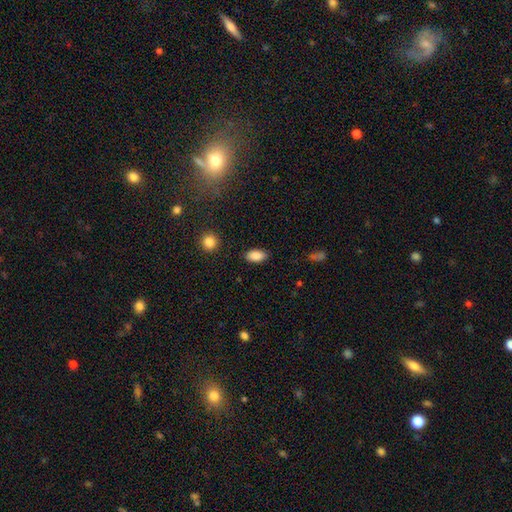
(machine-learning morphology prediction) smooth 88%, star or artifact 8%, featured or disk 4%. Down the decision tree: how rounded — in between (92%); merging — none (87%).